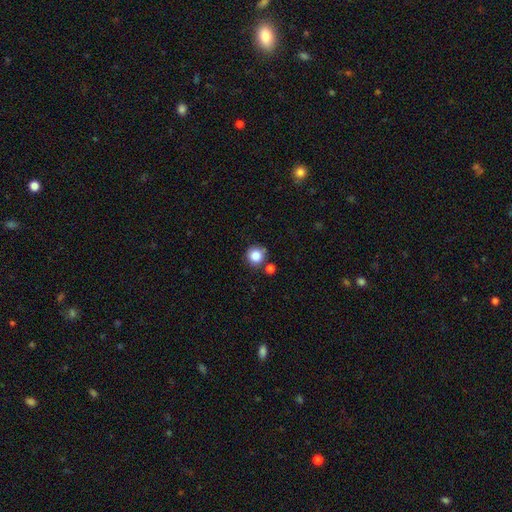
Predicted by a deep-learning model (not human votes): Smooth or featured? Predicted: smooth (p=0.85). How rounded? Predicted: round (p=0.93). Merging? Predicted: none (p=0.77).